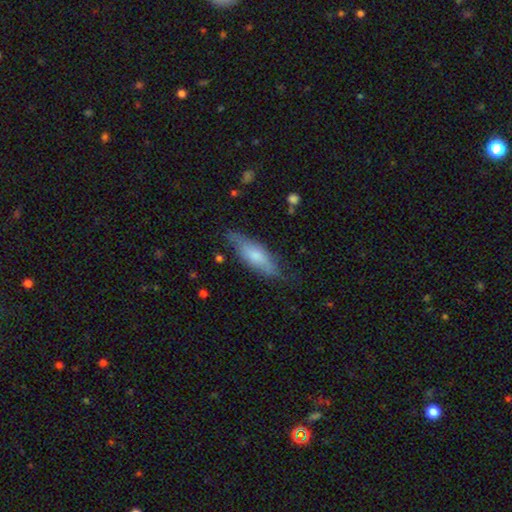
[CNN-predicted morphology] Smooth or featured?
  - smooth: 63% *
  - featured or disk: 32%
  - star or artifact: 6%
How rounded?
  - in between: 53% *
  - cigar-shaped: 45%
  - round: 2%
Merging?
  - none: 68% *
  - minor disturbance: 25%
  - major disturbance: 6%
  - merger: 2%